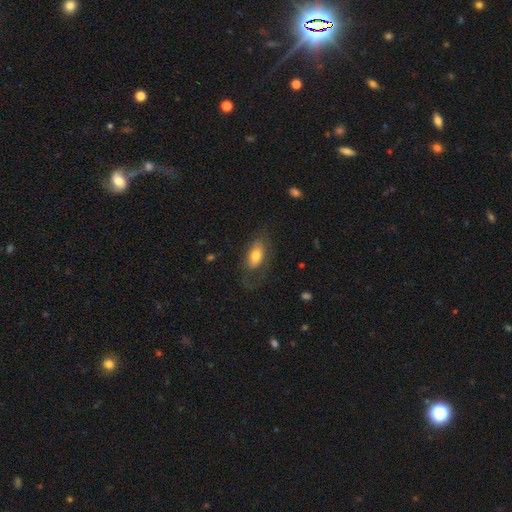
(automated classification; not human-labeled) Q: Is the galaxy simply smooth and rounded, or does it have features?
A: smooth — 64%.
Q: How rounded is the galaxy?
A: in between — 88%.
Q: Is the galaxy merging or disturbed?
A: none — 56%.